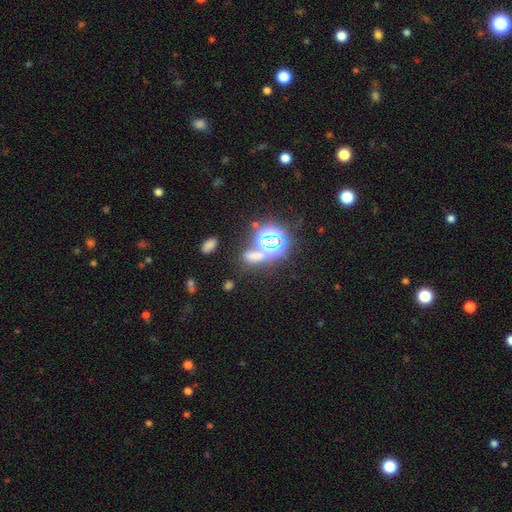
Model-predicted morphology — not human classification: A star or artifact, not a galaxy (54%).

Vote fractions:
- Smooth or featured? star or artifact: 54% / smooth: 37% / featured or disk: 9%